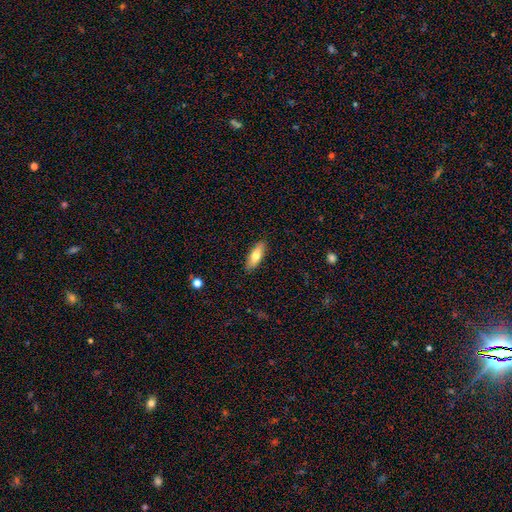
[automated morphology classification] Smooth or featured? smooth (73%)
How rounded? in between (67%)
Merging? none (88%)